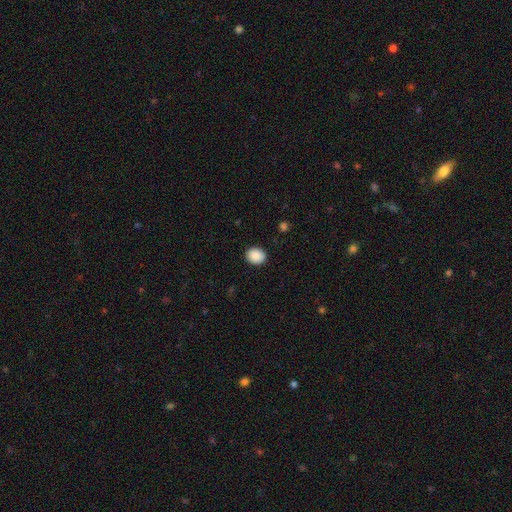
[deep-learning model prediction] The model was most divided on "how rounded": round: 54%, in between: 45%, cigar-shaped: 1%. More confident: merging — none (90%); smooth or featured — smooth (89%).